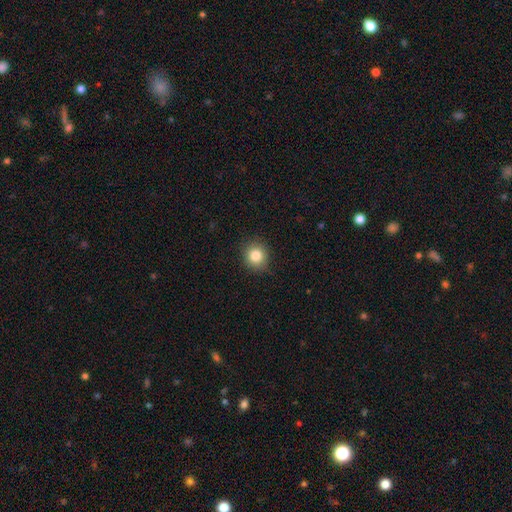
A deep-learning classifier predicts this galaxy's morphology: This is clearly a smooth galaxy (84%). How rounded: clearly round (85%). Merging: clearly none (86%).